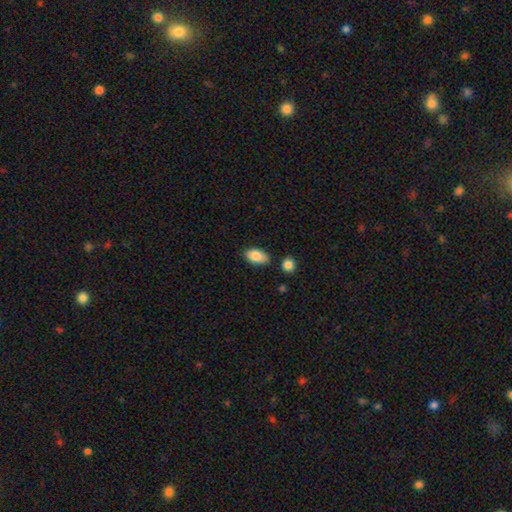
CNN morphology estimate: Smooth or featured? Predicted: smooth (p=0.86). How rounded? Predicted: in between (p=0.93). Merging? Predicted: none (p=0.78).